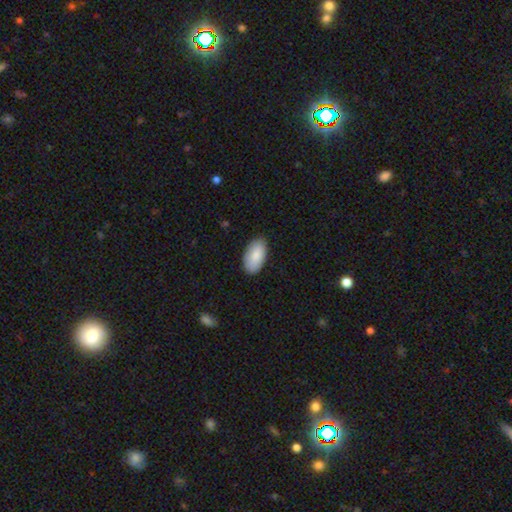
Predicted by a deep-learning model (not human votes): A smooth galaxy with no disk features (87%) that is in between round and cigar-shaped (96%).

Vote fractions:
- Smooth or featured? smooth: 87% / featured or disk: 7% / star or artifact: 6%
- How rounded? in between: 96% / round: 2% / cigar-shaped: 2%
- Merging? none: 86% / minor disturbance: 11% / major disturbance: 2% / merger: 1%